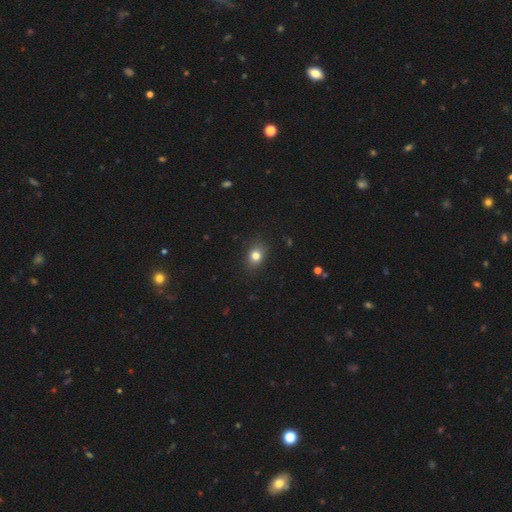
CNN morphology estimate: Smooth or featured?
  - smooth: 80% *
  - star or artifact: 11%
  - featured or disk: 8%
How rounded?
  - in between: 55% *
  - round: 44%
  - cigar-shaped: 1%
Merging?
  - none: 84% *
  - minor disturbance: 12%
  - major disturbance: 3%
  - merger: 1%